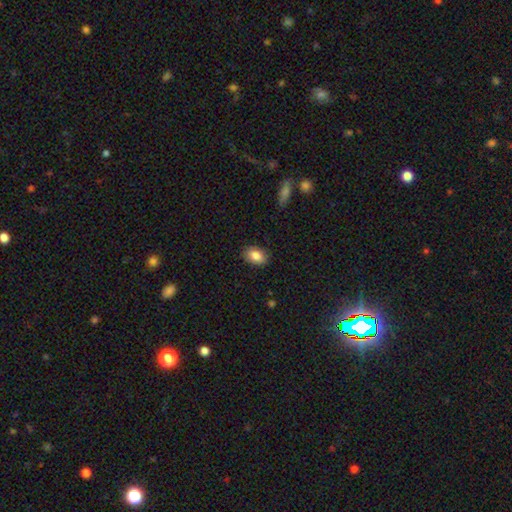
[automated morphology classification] Smooth or featured? Predicted: smooth (p=0.85). How rounded? Predicted: in between (p=0.86). Merging? Predicted: none (p=0.88).